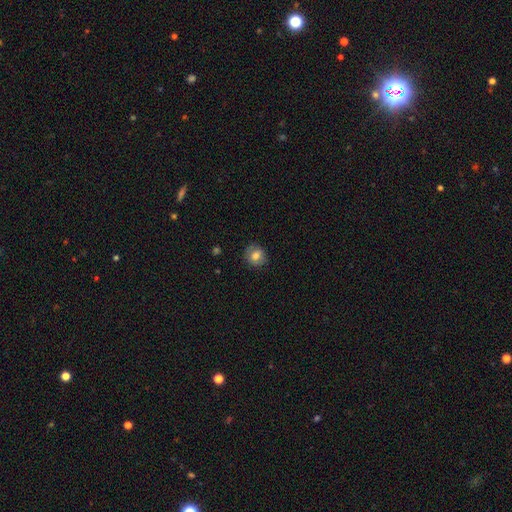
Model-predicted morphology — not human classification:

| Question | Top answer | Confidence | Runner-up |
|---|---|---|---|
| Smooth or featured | smooth | 78% | featured or disk (13%) |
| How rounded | round | 82% | in between (17%) |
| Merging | none | 82% | minor disturbance (14%) |